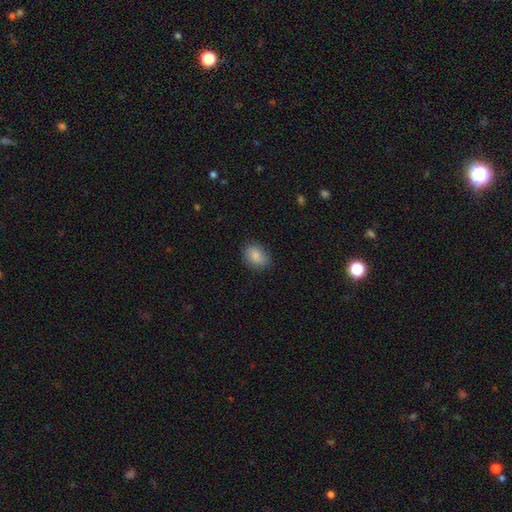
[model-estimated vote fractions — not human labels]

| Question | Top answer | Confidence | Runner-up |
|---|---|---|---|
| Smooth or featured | smooth | 86% | star or artifact (8%) |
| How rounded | in between | 72% | round (27%) |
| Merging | none | 80% | minor disturbance (15%) |